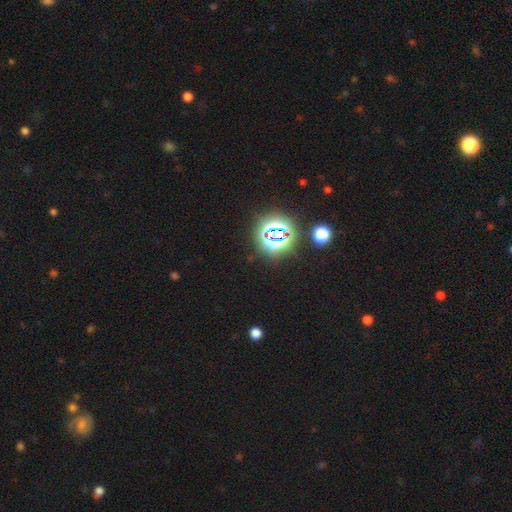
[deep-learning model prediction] A star or artifact, not a galaxy (81%).

Vote fractions:
- Smooth or featured? star or artifact: 81% / smooth: 14% / featured or disk: 5%